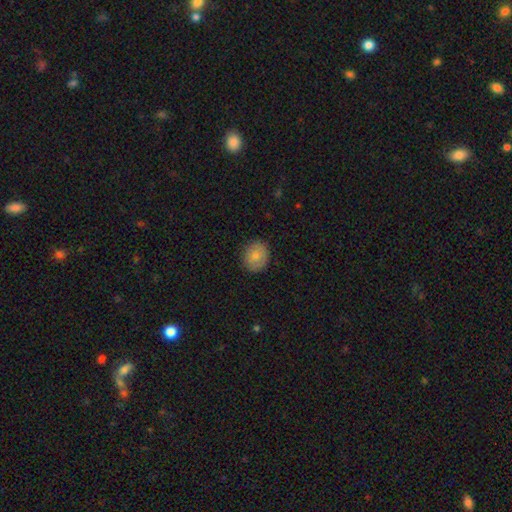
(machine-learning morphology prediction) A smooth galaxy with no disk features (79%) that is round (74%).

Vote fractions:
- Smooth or featured? smooth: 79% / featured or disk: 13% / star or artifact: 8%
- How rounded? round: 74% / in between: 25% / cigar-shaped: 1%
- Merging? none: 85% / minor disturbance: 12% / major disturbance: 2% / merger: 1%